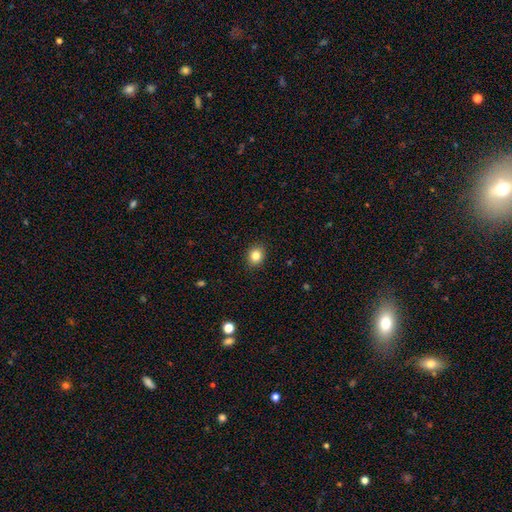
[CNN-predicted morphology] smooth-or-featured: smooth: 83% | star or artifact: 11% | featured or disk: 6%
  how-rounded: round: 65% | in between: 34% | cigar-shaped: 1%
  merging: none: 90% | minor disturbance: 7% | major disturbance: 2% | merger: 1%